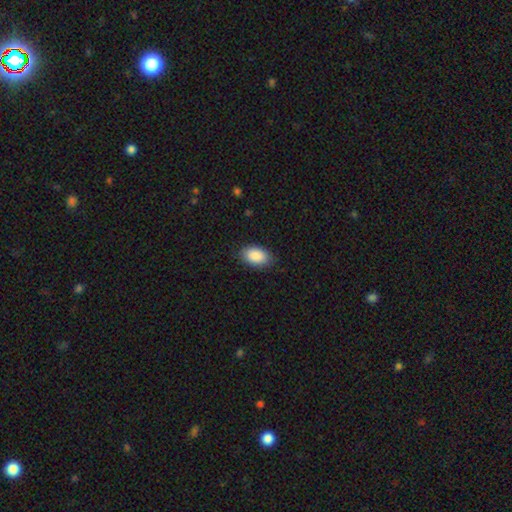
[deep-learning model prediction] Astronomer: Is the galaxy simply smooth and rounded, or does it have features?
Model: smooth — 90%.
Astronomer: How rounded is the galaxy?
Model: in between — 93%.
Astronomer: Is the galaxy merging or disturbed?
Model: none — 86%.